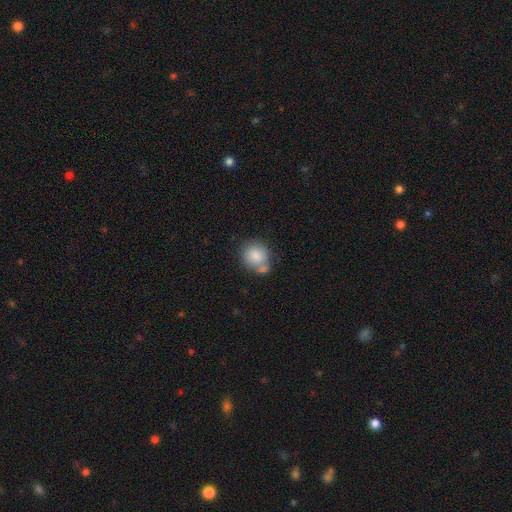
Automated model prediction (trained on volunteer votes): This is clearly a smooth galaxy (83%). How rounded: clearly round (85%). Merging: possibly none (53%).